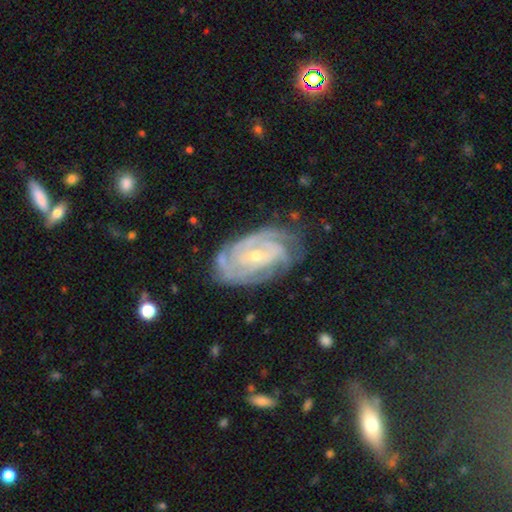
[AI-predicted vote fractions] This is clearly a featured or disk galaxy (88%). It is clearly not viewed edge-on (96%). Bar: possibly no (59%). Spiral arm pattern: clearly yes (97%). Spiral arm count: marginally can't tell (26%). Spiral winding: likely tight (75%). Central bulge: likely small (64%). Merging: likely none (73%).